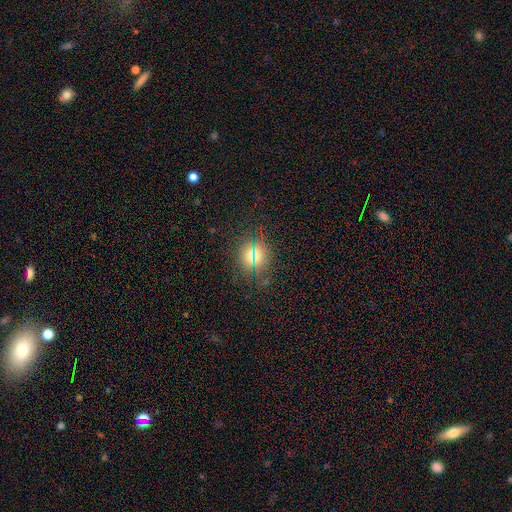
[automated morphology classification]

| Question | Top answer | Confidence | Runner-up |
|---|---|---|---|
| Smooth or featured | smooth | 53% | star or artifact (35%) |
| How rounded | round | 80% | in between (18%) |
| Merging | none | 84% | minor disturbance (9%) |